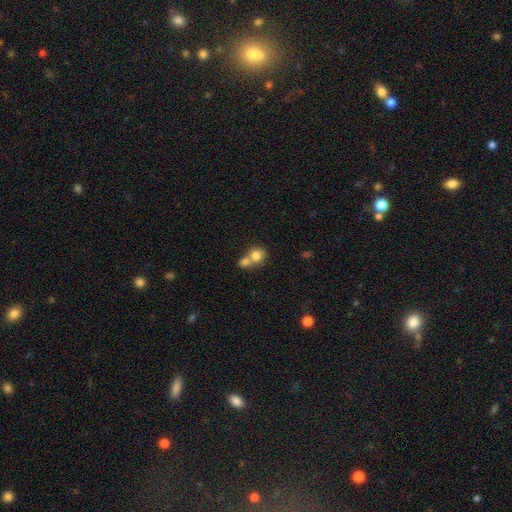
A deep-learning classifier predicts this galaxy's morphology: smooth 77%, featured or disk 13%, star or artifact 10%. Down the decision tree: how rounded — round (79%); merging — merger (61%).